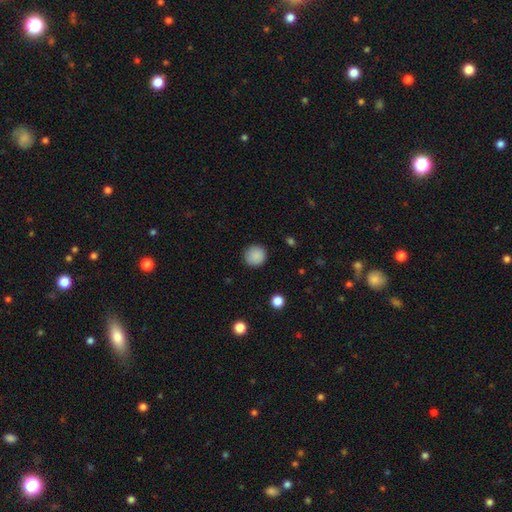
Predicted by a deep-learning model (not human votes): Q: Smooth or featured?
A: smooth (89%); runner-up: star or artifact (8%)
Q: How rounded?
A: round (94%); runner-up: in between (5%)
Q: Merging?
A: none (90%); runner-up: minor disturbance (7%)